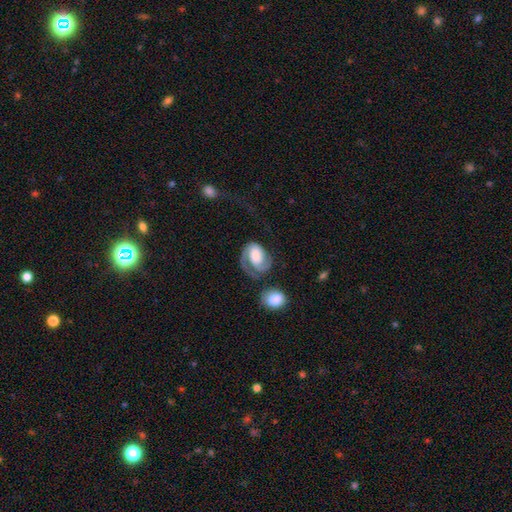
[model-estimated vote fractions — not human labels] This is likely a featured or disk galaxy (76%). It is clearly not viewed edge-on (98%). Bar: possibly no (57%). Spiral arm pattern: clearly yes (94%). Spiral arm count: possibly 2 (53%). Spiral winding: marginally tight (44%). Central bulge: marginally large (43%). Merging: marginally none (42%).